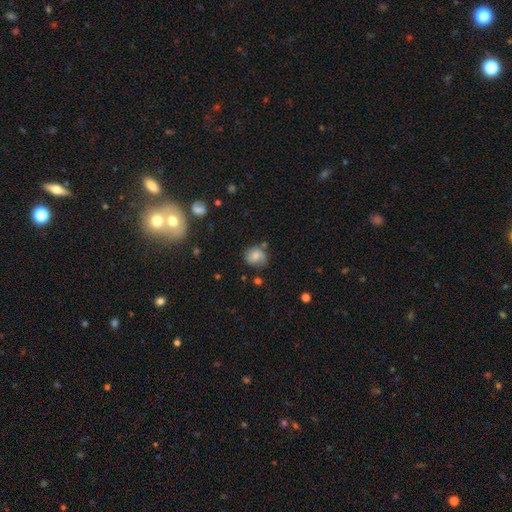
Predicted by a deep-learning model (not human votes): smooth_or_featured: smooth (p=0.68) [alt: featured or disk p=0.21]
how_rounded: round (p=0.69) [alt: in between p=0.30]
merging: none (p=0.58) [alt: minor disturbance p=0.26]